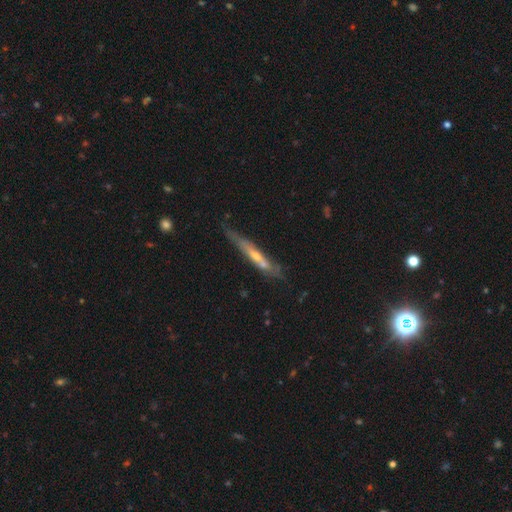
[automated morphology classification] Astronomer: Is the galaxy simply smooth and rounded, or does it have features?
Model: featured or disk — 60%.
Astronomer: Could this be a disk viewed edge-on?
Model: yes — 81%.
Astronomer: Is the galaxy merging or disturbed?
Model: none — 57%.